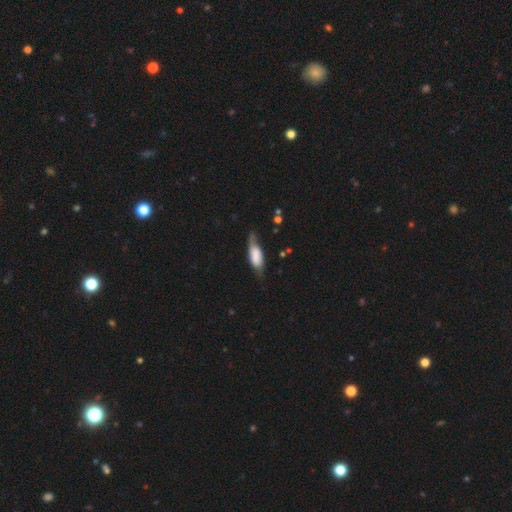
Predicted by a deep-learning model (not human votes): A smooth galaxy with no disk features (64%) that is in between round and cigar-shaped (71%).

Vote fractions:
- Smooth or featured? smooth: 64% / featured or disk: 29% / star or artifact: 7%
- How rounded? in between: 71% / cigar-shaped: 26% / round: 2%
- Merging? none: 46% / minor disturbance: 36% / major disturbance: 14% / merger: 3%